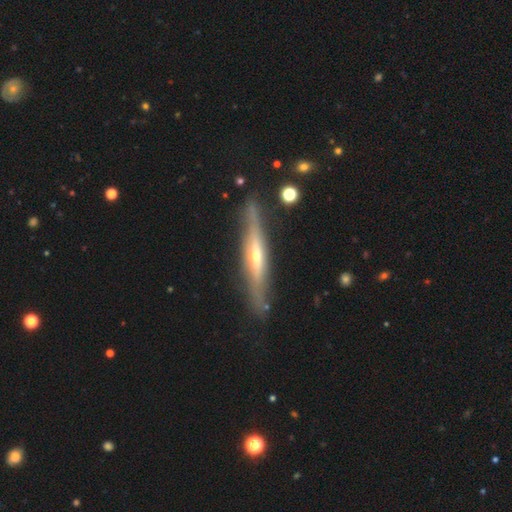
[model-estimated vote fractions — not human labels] Overall: featured or disk (76%). Edge-on disk: yes (92%). Edge-on bulge: rounded (75%). Merging: none (83%).